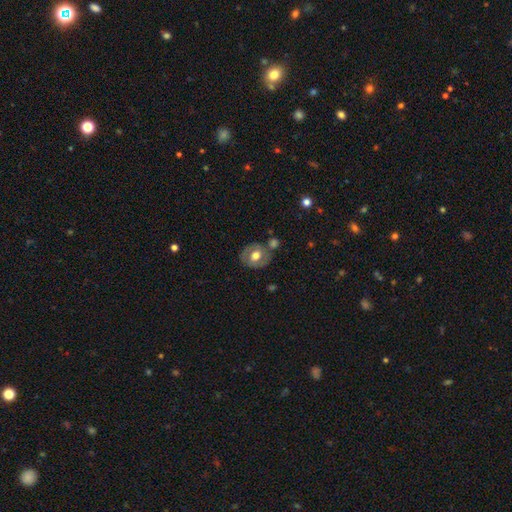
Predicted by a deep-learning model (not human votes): Overall: smooth (53%; featured or disk 40%). How rounded: round (63%; in between 36%). Merging: none (66%).